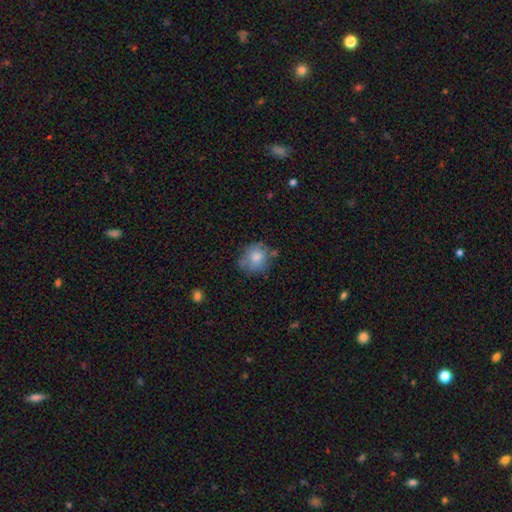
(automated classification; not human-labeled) Q: Smooth or featured?
A: smooth (73%); runner-up: featured or disk (18%)
Q: How rounded?
A: round (80%); runner-up: in between (19%)
Q: Merging?
A: none (67%); runner-up: minor disturbance (23%)